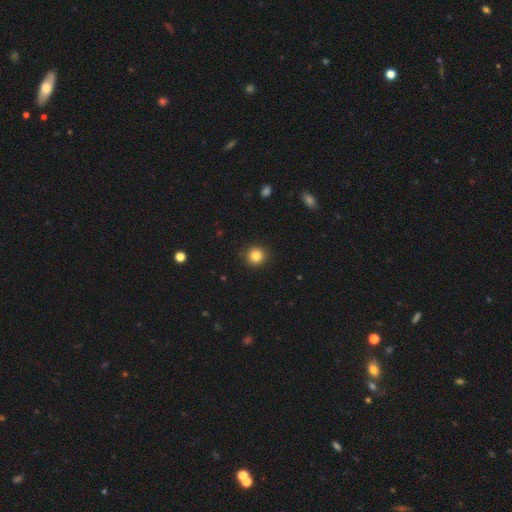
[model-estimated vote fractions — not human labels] Overall: smooth (84%). How rounded: round (94%). Merging: none (92%).